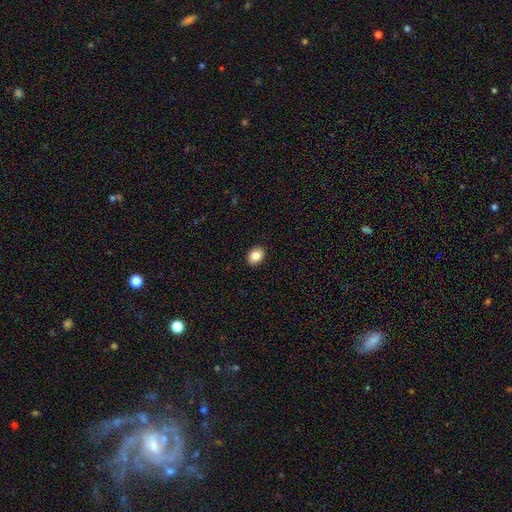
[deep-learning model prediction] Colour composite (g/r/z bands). It shows a smooth galaxy with no disk features (86%) that is in between round and cigar-shaped (63%). Merging: none (91%).